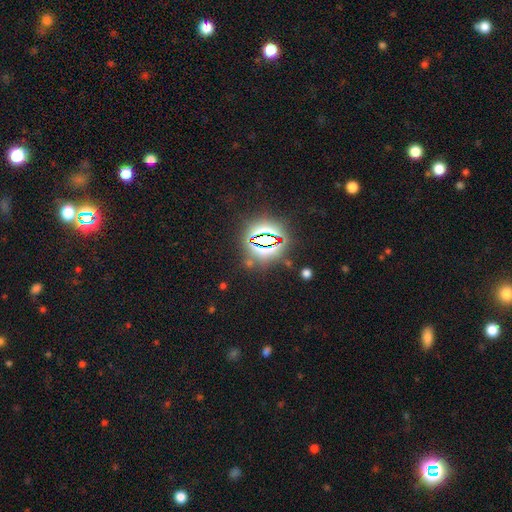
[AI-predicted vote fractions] smooth_or_featured: star or artifact (p=0.82) [alt: smooth p=0.11]